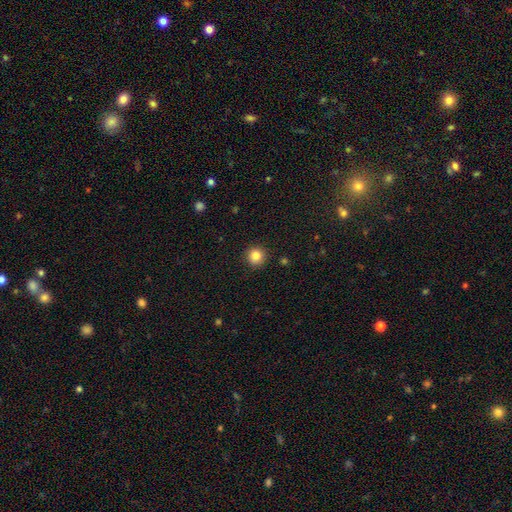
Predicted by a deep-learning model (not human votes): This appears to be a smooth galaxy with no disk features (85%) that is round (94%). Merging: none (91%).